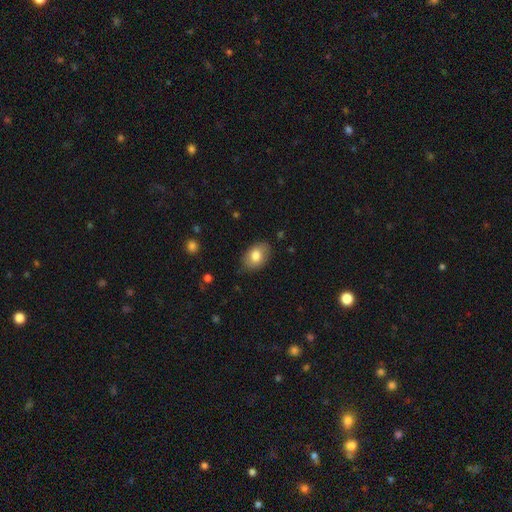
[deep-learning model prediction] Smooth or featured?
  - smooth: 80% *
  - featured or disk: 13%
  - star or artifact: 7%
How rounded?
  - in between: 82% *
  - round: 17%
  - cigar-shaped: 1%
Merging?
  - none: 82% *
  - minor disturbance: 14%
  - major disturbance: 3%
  - merger: 1%